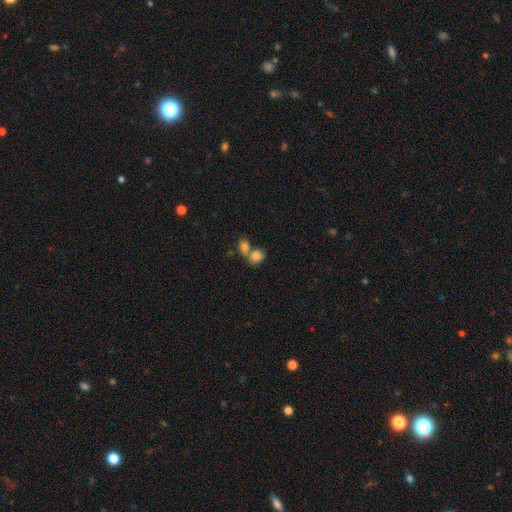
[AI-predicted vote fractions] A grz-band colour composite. It shows a smooth galaxy with no disk features (81%) that is in between round and cigar-shaped (51%). Merging: merger (63%).